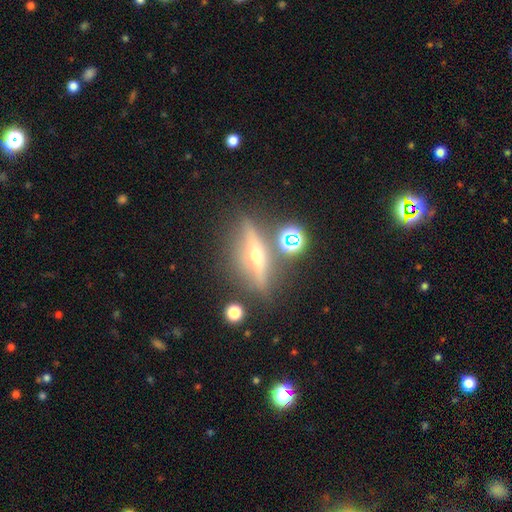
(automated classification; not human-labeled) This is likely a featured or disk galaxy (75%). It is clearly viewed edge-on (92%). Edge-on bulge: clearly rounded (94%). Merging: likely none (80%).